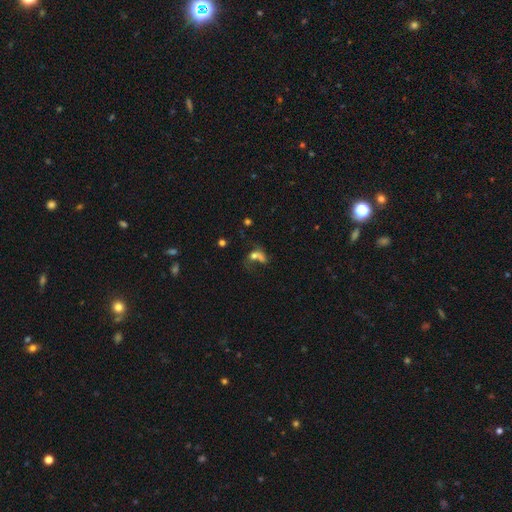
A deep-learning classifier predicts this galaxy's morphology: Q: Smooth or featured?
A: smooth (51%); runner-up: featured or disk (29%)
Q: How rounded?
A: in between (66%); runner-up: round (26%)
Q: Merging?
A: merger (34%); runner-up: major disturbance (32%)